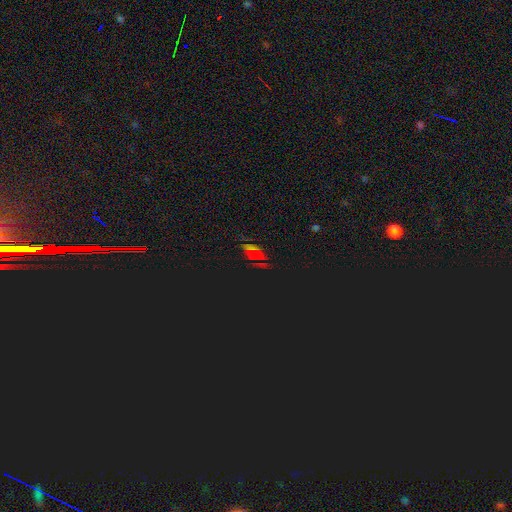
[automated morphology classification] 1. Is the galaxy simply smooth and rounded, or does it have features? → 66% star or artifact, 24% smooth, 10% featured or disk.